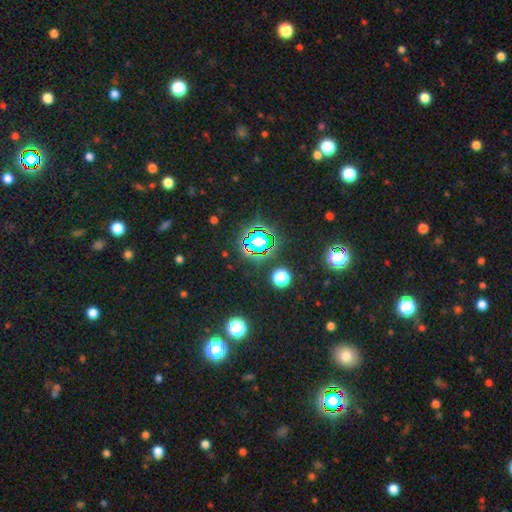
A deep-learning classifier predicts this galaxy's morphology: star or artifact 75%, smooth 18%, featured or disk 7%.